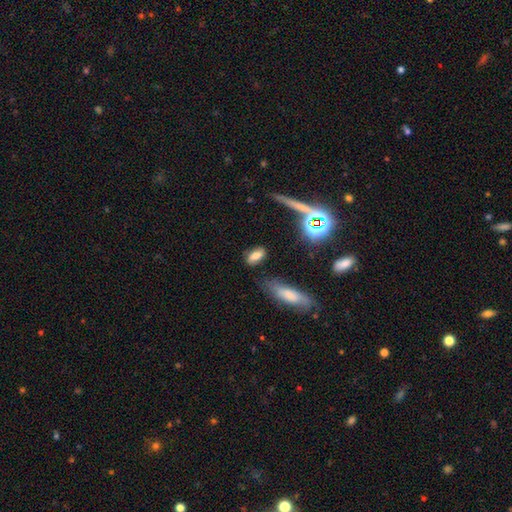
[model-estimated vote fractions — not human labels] smooth 71%, featured or disk 16%, star or artifact 13%. Down the decision tree: how rounded — in between (83%); merging — none (76%).